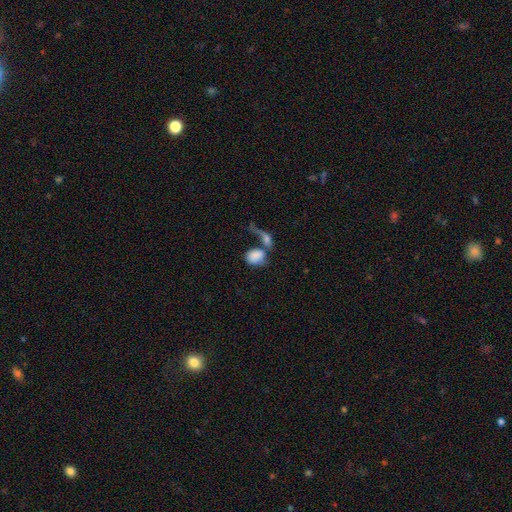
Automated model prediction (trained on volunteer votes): Smooth or featured? Predicted: smooth (p=0.77). How rounded? Predicted: in between (p=0.66). Merging? Predicted: merger (p=0.55).